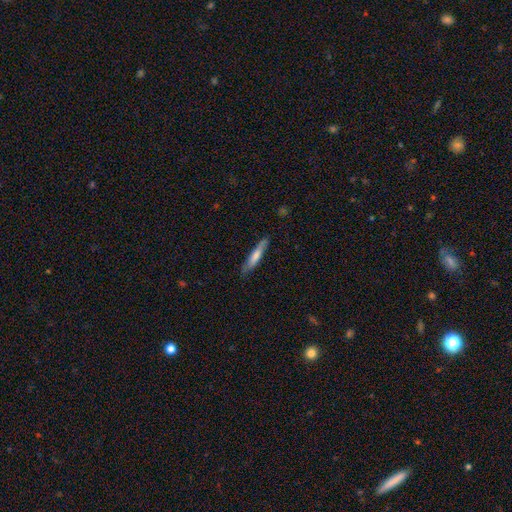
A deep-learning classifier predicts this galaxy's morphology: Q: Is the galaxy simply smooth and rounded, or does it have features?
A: smooth — 54%.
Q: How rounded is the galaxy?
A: cigar-shaped — 92%.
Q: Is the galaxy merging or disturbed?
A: none — 83%.